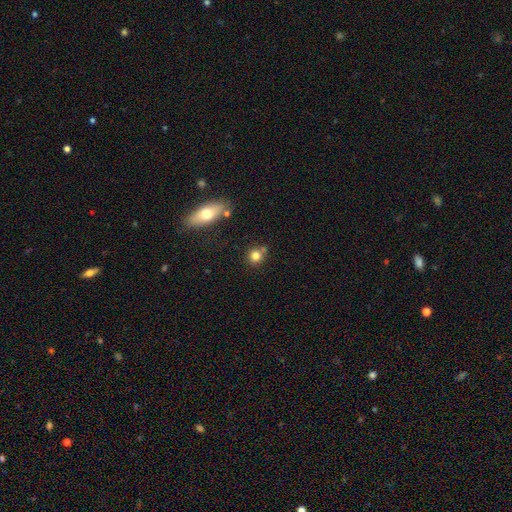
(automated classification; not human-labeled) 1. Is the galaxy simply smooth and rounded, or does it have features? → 79% smooth, 11% star or artifact, 9% featured or disk.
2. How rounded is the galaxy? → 86% round, 12% in between, 2% cigar-shaped.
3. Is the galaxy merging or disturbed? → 68% none, 16% merger, 12% minor disturbance, 4% major disturbance.